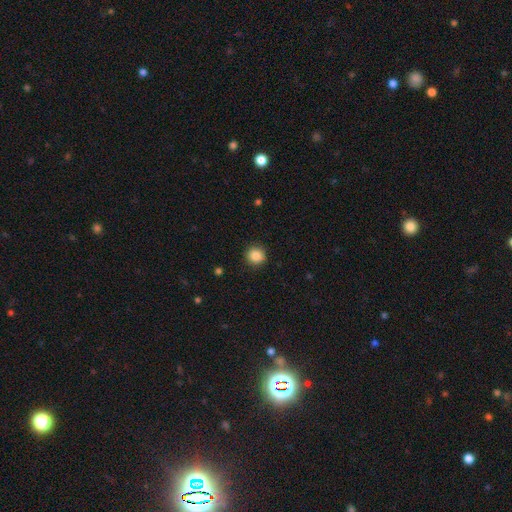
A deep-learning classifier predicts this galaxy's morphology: type=smooth (86%); roundness=round (93%); merging=none (91%).